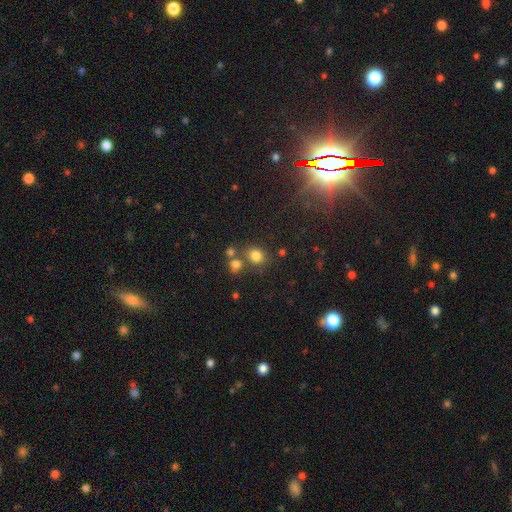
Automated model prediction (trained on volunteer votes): A smooth galaxy with no disk features (78%) that is round (71%). Merging: none (67%).